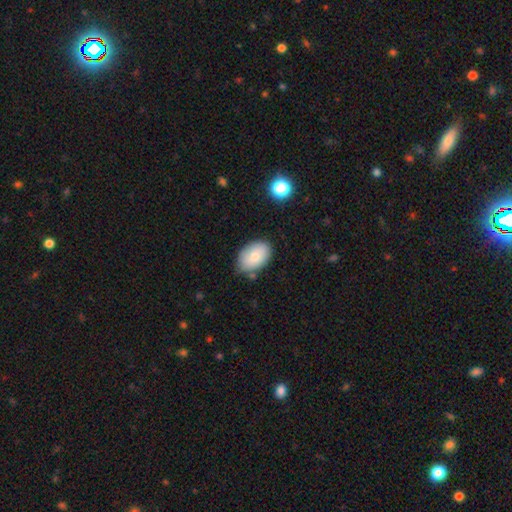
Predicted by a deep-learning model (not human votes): A smooth galaxy with no disk features (80%) that is in between round and cigar-shaped (90%).

Vote fractions:
- Smooth or featured? smooth: 80% / featured or disk: 13% / star or artifact: 7%
- How rounded? in between: 90% / round: 9% / cigar-shaped: 1%
- Merging? none: 76% / minor disturbance: 17% / merger: 3% / major disturbance: 3%